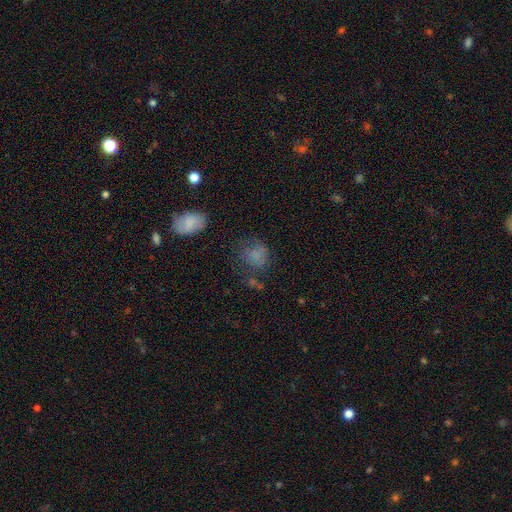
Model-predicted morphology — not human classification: This is likely a smooth galaxy (70%). How rounded: likely round (66%). Merging: possibly none (51%).